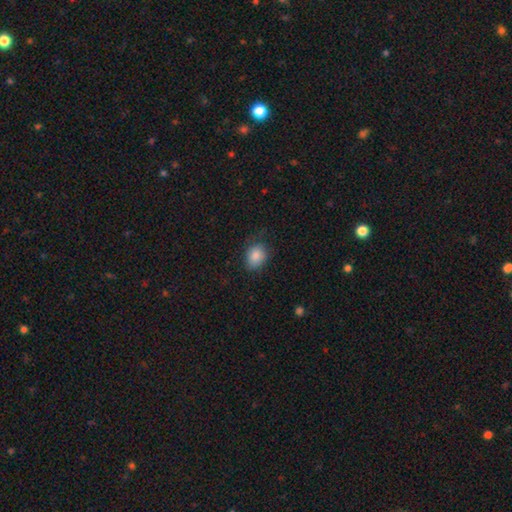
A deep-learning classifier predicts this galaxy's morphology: smooth_or_featured: smooth (p=0.85) [alt: star or artifact p=0.08]
how_rounded: in between (p=0.58) [alt: round p=0.41]
merging: none (p=0.68) [alt: minor disturbance p=0.24]